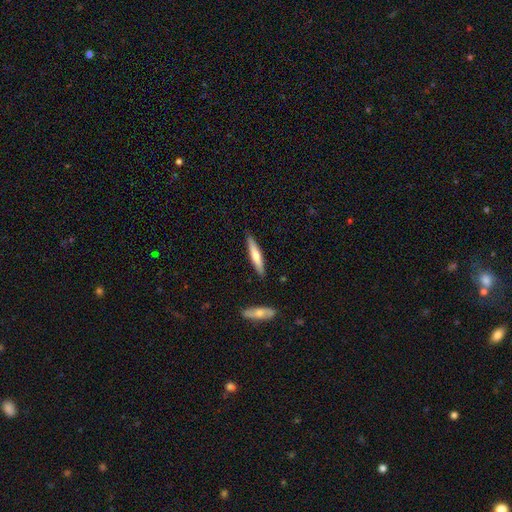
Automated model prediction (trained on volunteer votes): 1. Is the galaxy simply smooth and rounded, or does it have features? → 58% smooth, 37% featured or disk, 5% star or artifact.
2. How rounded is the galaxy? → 89% cigar-shaped, 10% in between, 1% round.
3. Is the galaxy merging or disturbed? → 87% none, 9% minor disturbance, 2% merger, 2% major disturbance.